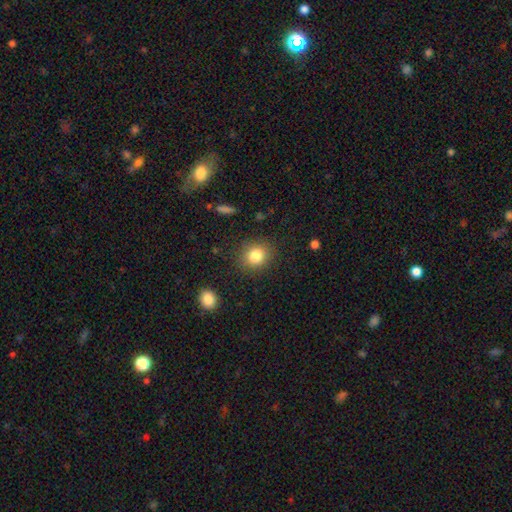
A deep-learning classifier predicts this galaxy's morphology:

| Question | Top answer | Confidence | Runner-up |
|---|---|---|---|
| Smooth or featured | smooth | 83% | star or artifact (10%) |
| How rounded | round | 77% | in between (22%) |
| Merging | none | 86% | minor disturbance (9%) |